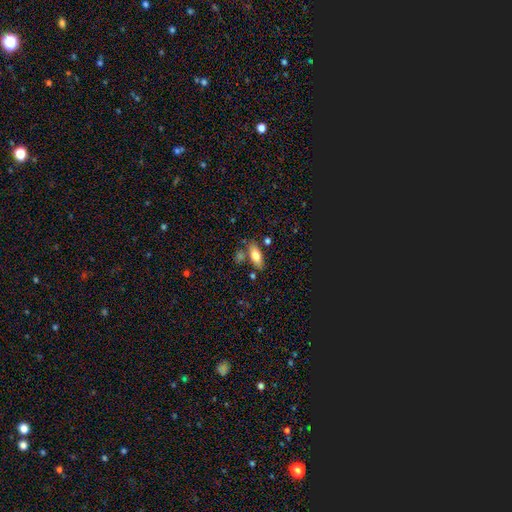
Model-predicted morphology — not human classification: type=smooth (76%); roundness=in between (81%); merging=none (71%).